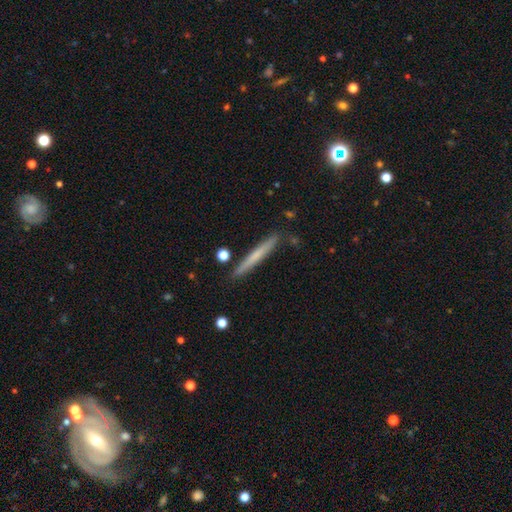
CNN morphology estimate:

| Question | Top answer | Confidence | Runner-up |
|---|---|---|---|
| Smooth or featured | smooth | 57% | featured or disk (37%) |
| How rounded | cigar-shaped | 96% | in between (2%) |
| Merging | none | 88% | minor disturbance (8%) |